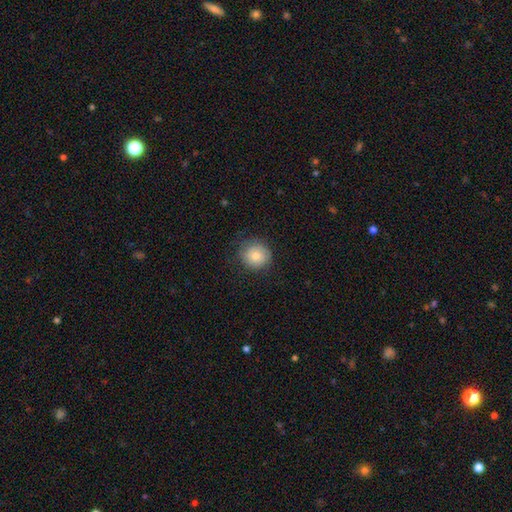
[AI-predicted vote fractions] The model was most divided on "smooth or featured": smooth: 76%, featured or disk: 16%, star or artifact: 8%. More confident: how rounded — round (90%); merging — none (77%).